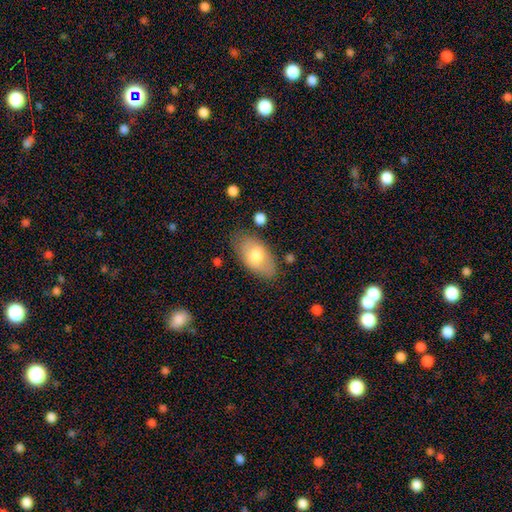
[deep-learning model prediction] smooth_or_featured: smooth (p=0.68) [alt: featured or disk p=0.26]
how_rounded: in between (p=0.94) [alt: round p=0.04]
merging: none (p=0.76) [alt: minor disturbance p=0.17]